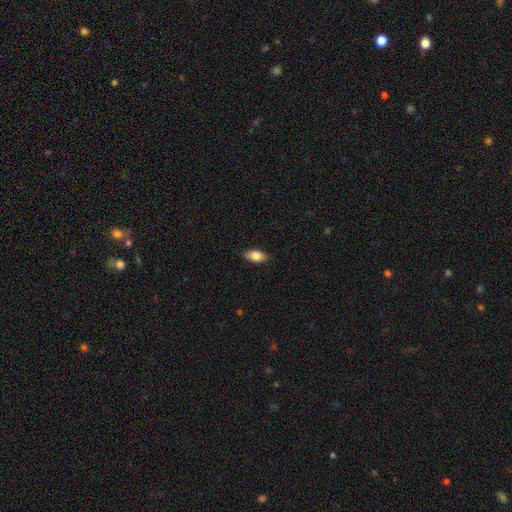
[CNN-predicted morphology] Smooth or featured: smooth — 79% (featured or disk — 14%)
How rounded: in between — 88% (cigar-shaped — 8%)
Merging: none — 87% (minor disturbance — 10%)